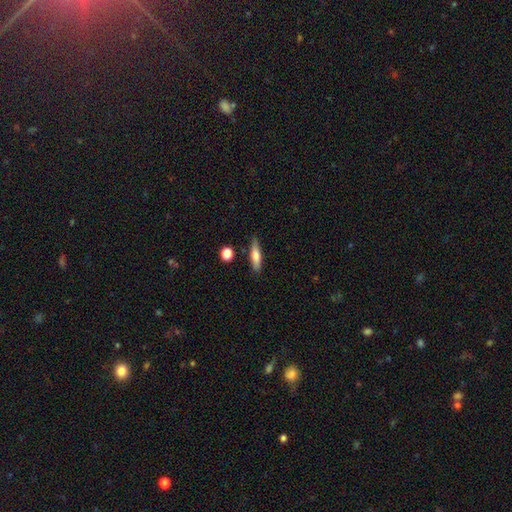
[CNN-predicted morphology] This appears to be a smooth galaxy with no disk features (69%) that is cigar-shaped (71%). Merging: none (81%).